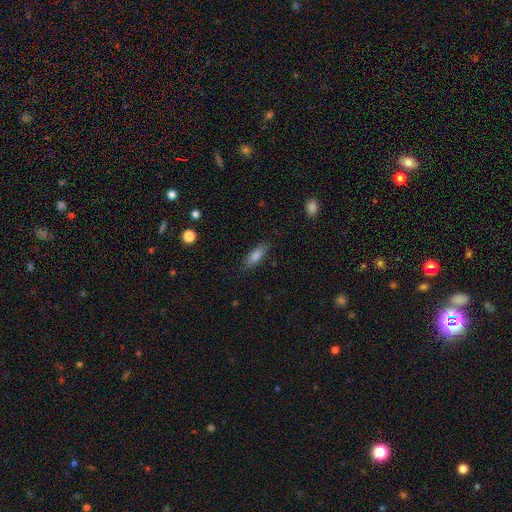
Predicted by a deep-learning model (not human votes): Morphology: type=smooth (80%); roundness=in between (55%); merging=none (83%).